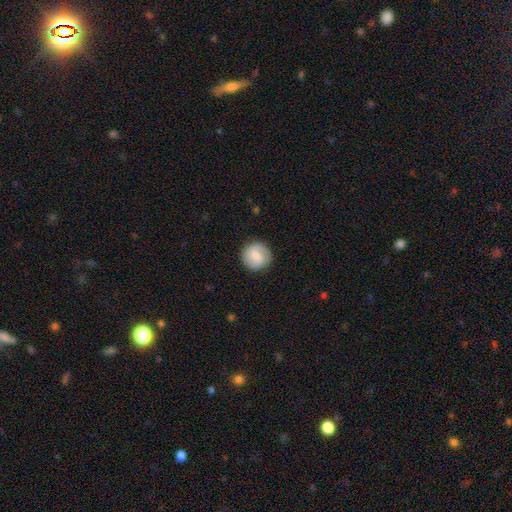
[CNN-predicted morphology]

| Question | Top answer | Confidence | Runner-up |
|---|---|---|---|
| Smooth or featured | smooth | 53% | featured or disk (40%) |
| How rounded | round | 92% | in between (7%) |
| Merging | none | 86% | minor disturbance (9%) |